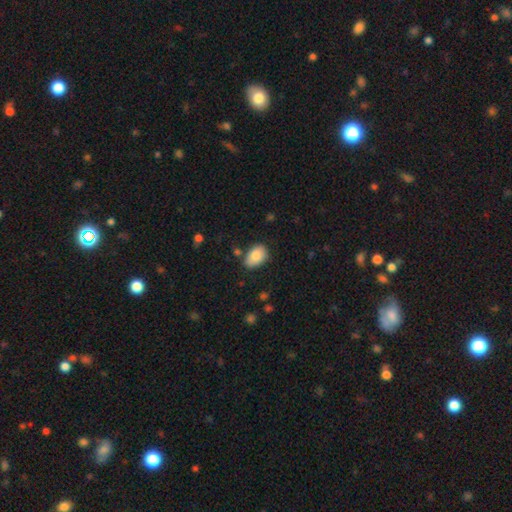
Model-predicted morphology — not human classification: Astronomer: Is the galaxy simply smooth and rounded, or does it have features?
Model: smooth — 84%.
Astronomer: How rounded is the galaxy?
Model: in between — 86%.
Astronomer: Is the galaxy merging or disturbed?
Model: none — 70%.